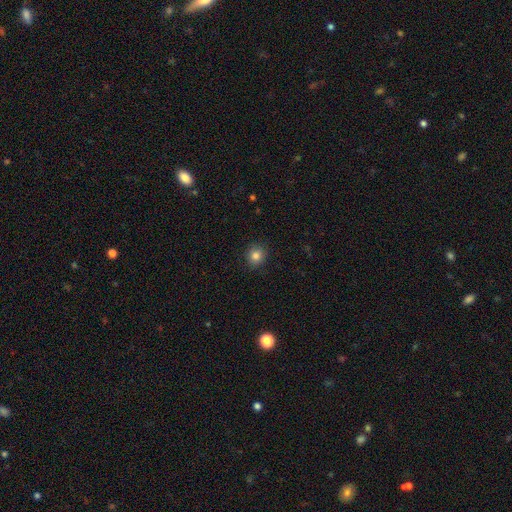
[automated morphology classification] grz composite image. It shows a smooth galaxy with no disk features (83%) that is round (86%). Merging: none (90%).